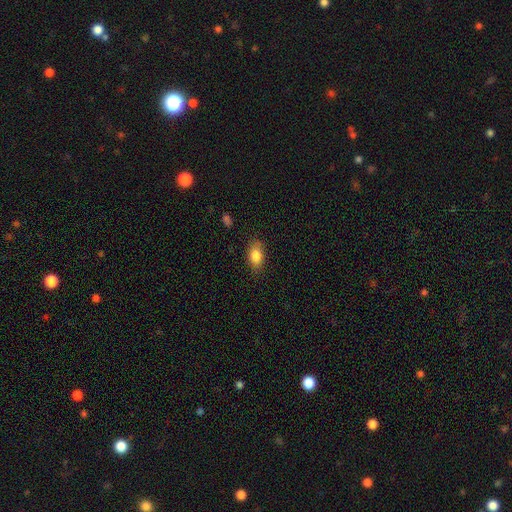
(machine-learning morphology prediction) smooth-or-featured: smooth: 85% | star or artifact: 8% | featured or disk: 7%
  how-rounded: in between: 87% | round: 10% | cigar-shaped: 4%
  merging: none: 81% | minor disturbance: 14% | major disturbance: 3% | merger: 1%